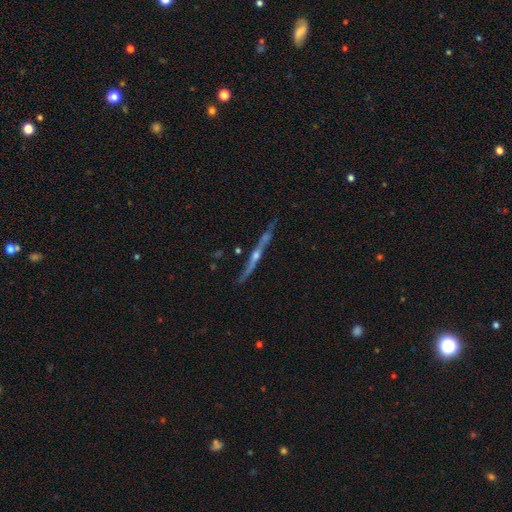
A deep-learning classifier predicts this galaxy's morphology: featured or disk 83%, smooth 10%, star or artifact 7%. Down the decision tree: edge-on disk — yes (97%); edge-on bulge — rounded (84%); merging — none (81%).